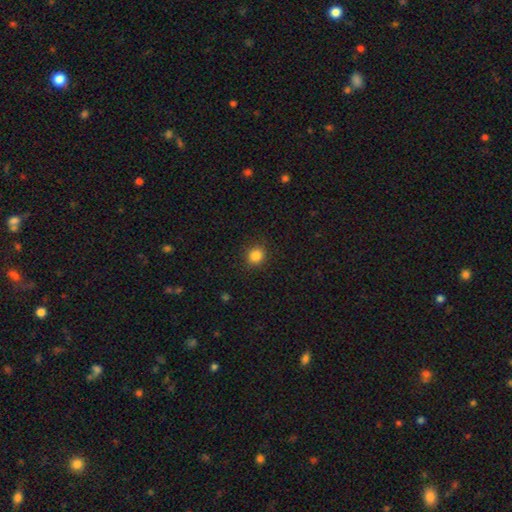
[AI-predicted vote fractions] This is clearly a smooth galaxy (85%). How rounded: clearly round (83%). Merging: clearly none (90%).